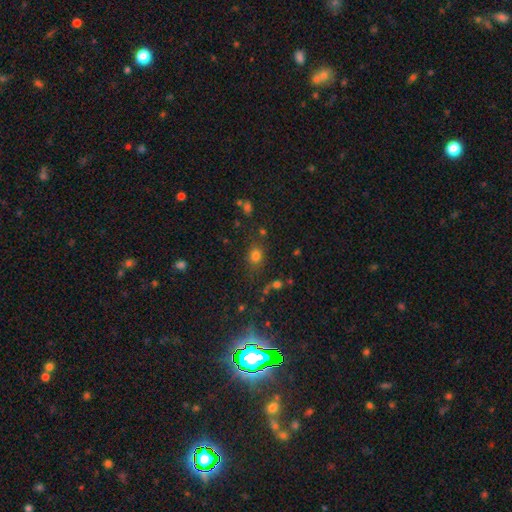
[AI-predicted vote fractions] Q: Smooth or featured?
A: smooth (76%); runner-up: star or artifact (18%)
Q: How rounded?
A: round (58%); runner-up: in between (41%)
Q: Merging?
A: none (76%); runner-up: minor disturbance (14%)